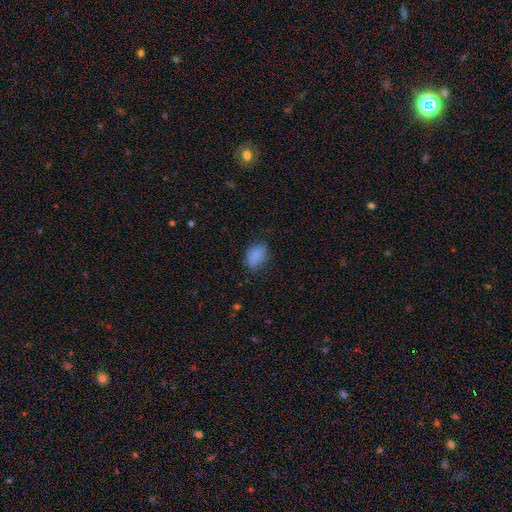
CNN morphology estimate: This is clearly a smooth galaxy (83%). How rounded: clearly in between (85%). Merging: likely none (66%).